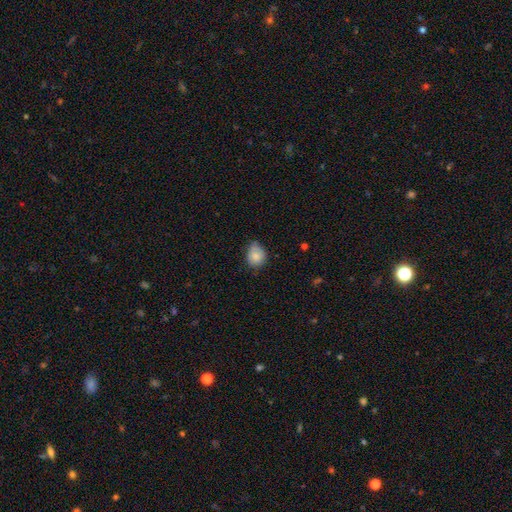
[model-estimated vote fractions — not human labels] A smooth galaxy with no disk features (83%) that is round (57%). Merging: none (54%).